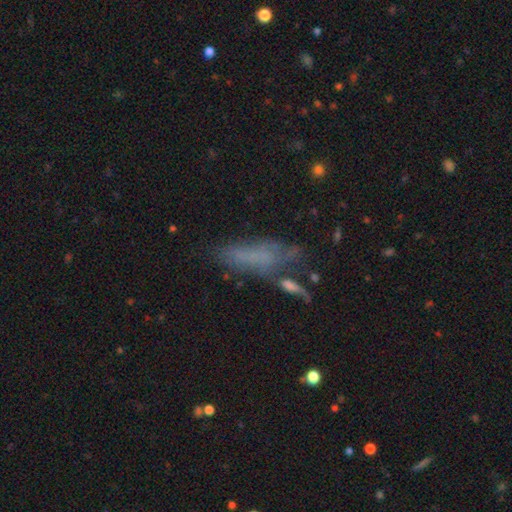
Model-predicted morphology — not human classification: This appears to be a smooth galaxy with no disk features (53%) that is cigar-shaped (54%). Merging: none (46%).